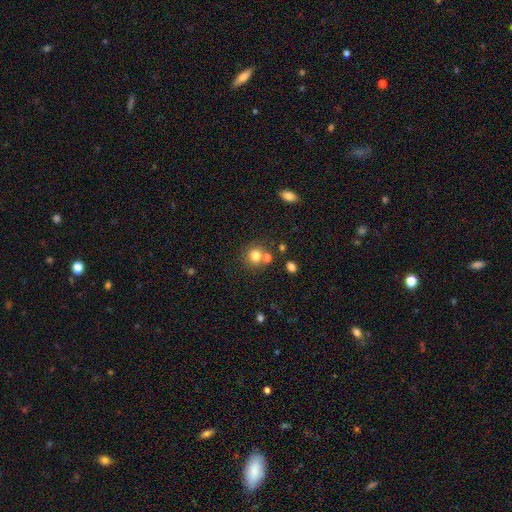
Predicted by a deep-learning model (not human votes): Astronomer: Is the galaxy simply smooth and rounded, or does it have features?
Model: smooth — 77%.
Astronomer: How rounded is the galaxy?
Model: round — 84%.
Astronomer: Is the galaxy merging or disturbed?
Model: none — 63%.